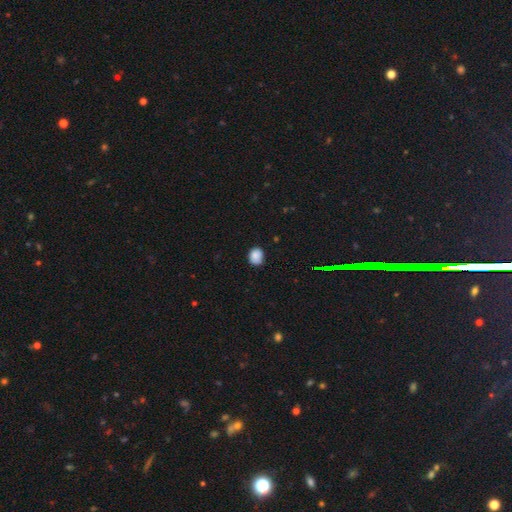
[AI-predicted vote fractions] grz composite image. It shows a smooth galaxy with no disk features (85%) that is round (53%). Merging: none (71%).